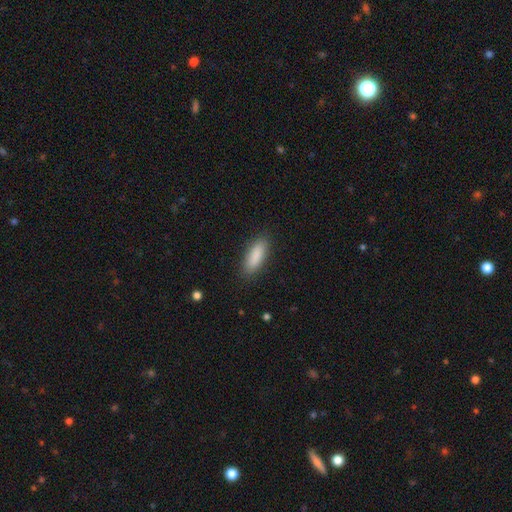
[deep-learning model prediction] The model was most divided on "how rounded": in between: 64%, cigar-shaped: 34%, round: 2%. More confident: smooth or featured — smooth (88%); merging — none (87%).